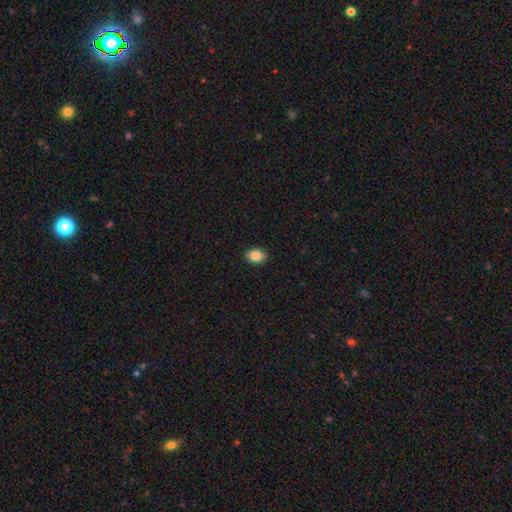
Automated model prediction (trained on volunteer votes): This appears to be a smooth galaxy with no disk features (86%) that is in between round and cigar-shaped (71%). Merging: none (91%).